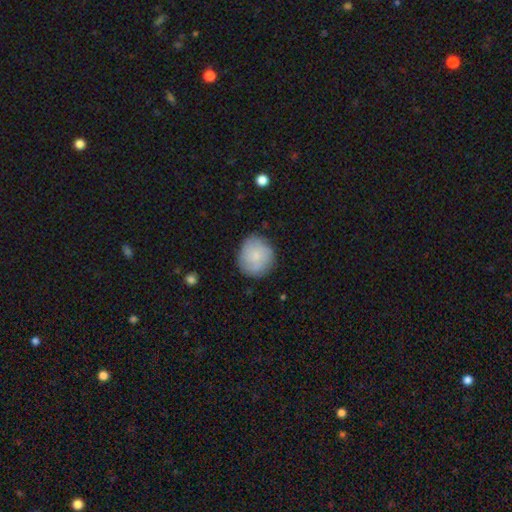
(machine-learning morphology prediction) Overall: smooth (71%). How rounded: round (89%). Merging: none (80%).